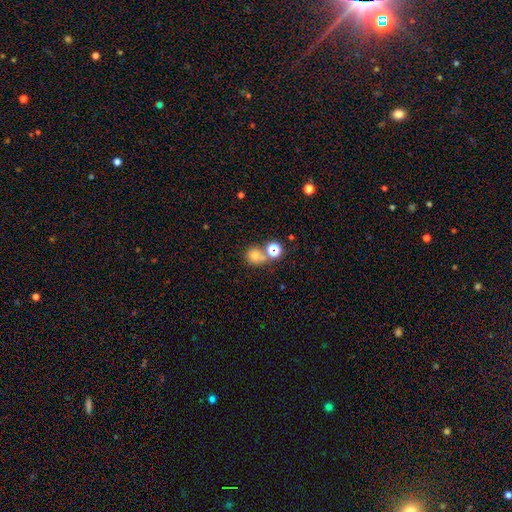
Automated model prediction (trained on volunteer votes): Smooth or featured? Predicted: smooth (p=0.71). How rounded? Predicted: round (p=0.80). Merging? Predicted: none (p=0.52).